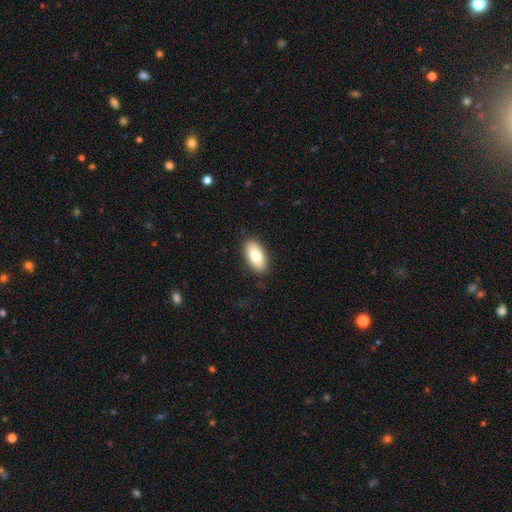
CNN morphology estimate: A smooth galaxy with no disk features (81%) that is in between round and cigar-shaped (92%).

Vote fractions:
- Smooth or featured? smooth: 81% / featured or disk: 12% / star or artifact: 6%
- How rounded? in between: 92% / cigar-shaped: 5% / round: 3%
- Merging? none: 88% / minor disturbance: 9% / major disturbance: 2% / merger: 1%